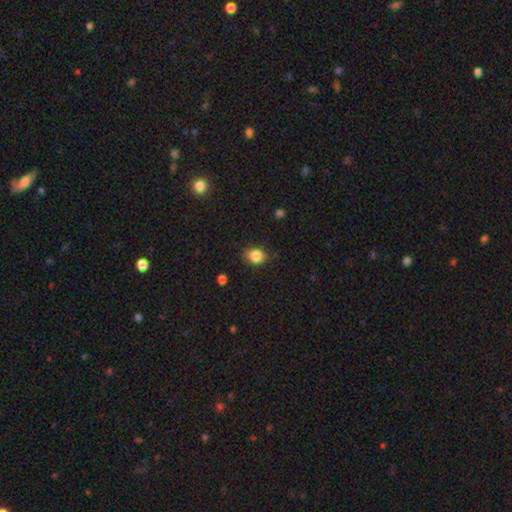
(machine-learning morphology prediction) The model was most divided on "how rounded": in between: 50%, round: 49%, cigar-shaped: 1%. More confident: smooth or featured — smooth (85%); merging — none (80%).